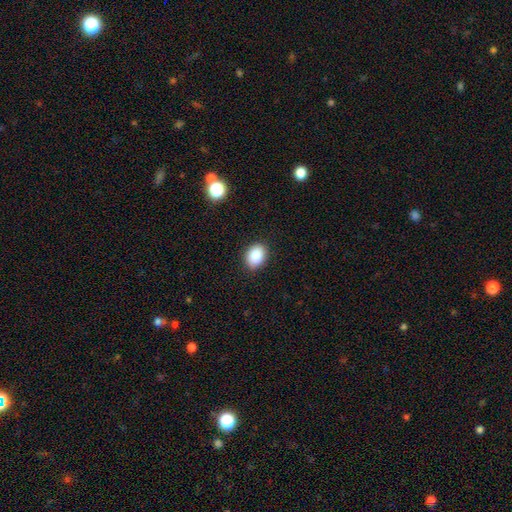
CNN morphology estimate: A smooth galaxy with no disk features (86%) that is in between round and cigar-shaped (68%). Merging: none (89%).